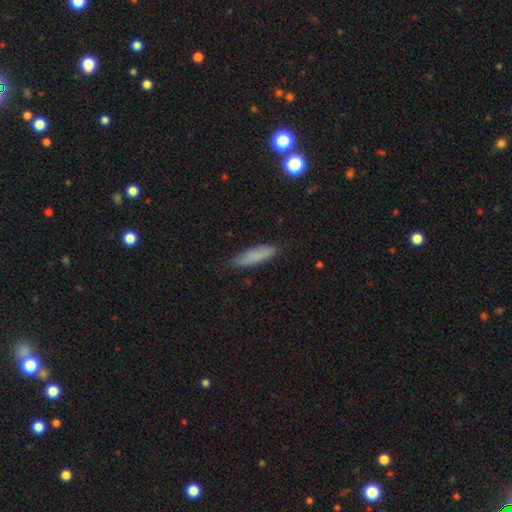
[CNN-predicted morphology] Q: Smooth or featured?
A: smooth (82%); runner-up: featured or disk (11%)
Q: How rounded?
A: cigar-shaped (69%); runner-up: in between (29%)
Q: Merging?
A: none (81%); runner-up: minor disturbance (15%)